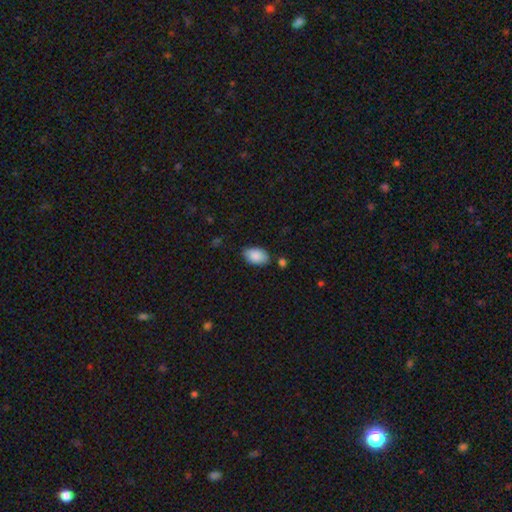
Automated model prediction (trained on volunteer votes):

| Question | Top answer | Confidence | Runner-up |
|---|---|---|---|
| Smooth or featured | smooth | 87% | star or artifact (7%) |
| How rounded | in between | 91% | round (8%) |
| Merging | none | 76% | minor disturbance (17%) |